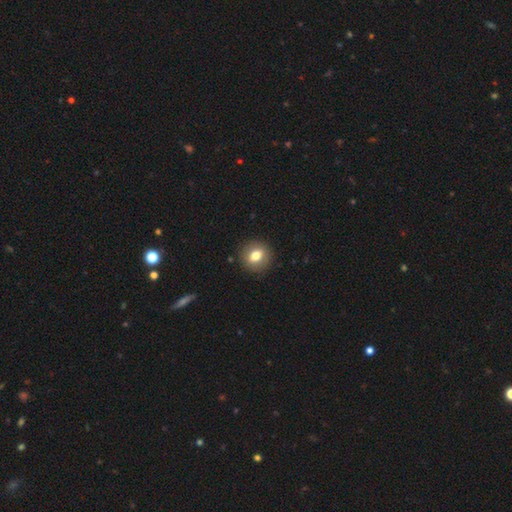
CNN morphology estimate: smooth_or_featured: smooth (p=0.74) [alt: featured or disk p=0.17]
how_rounded: round (p=0.77) [alt: in between p=0.21]
merging: none (p=0.89) [alt: minor disturbance p=0.07]